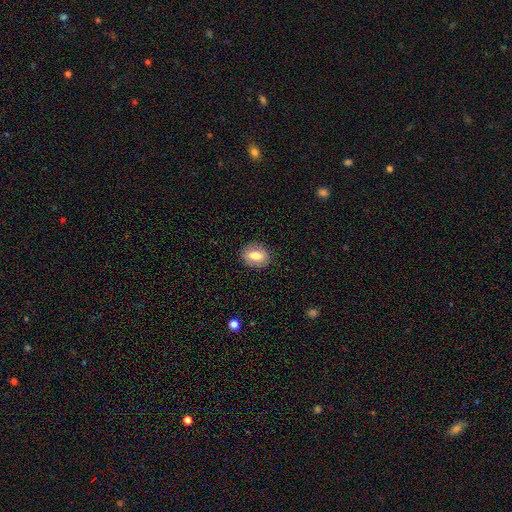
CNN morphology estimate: Smooth or featured: smooth — 73% (featured or disk — 19%)
How rounded: in between — 61% (round — 38%)
Merging: none — 87% (minor disturbance — 9%)